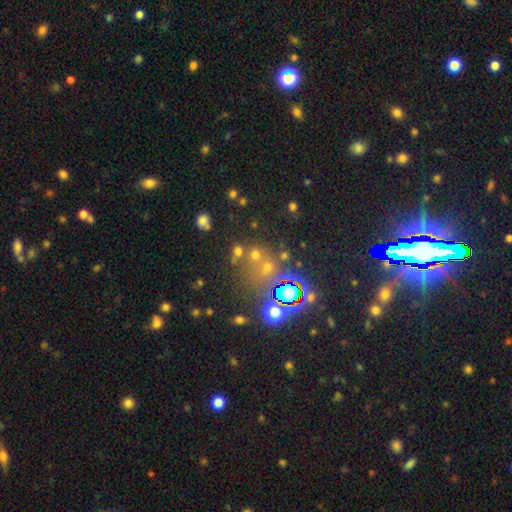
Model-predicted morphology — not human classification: The model was most divided on "smooth or featured" (2-way tie): star or artifact: 44%, smooth: 44%, featured or disk: 12%.